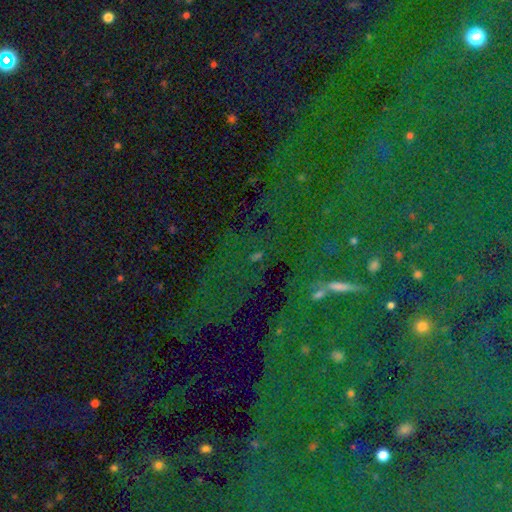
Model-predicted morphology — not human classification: Smooth or featured? Predicted: star or artifact (p=0.77).